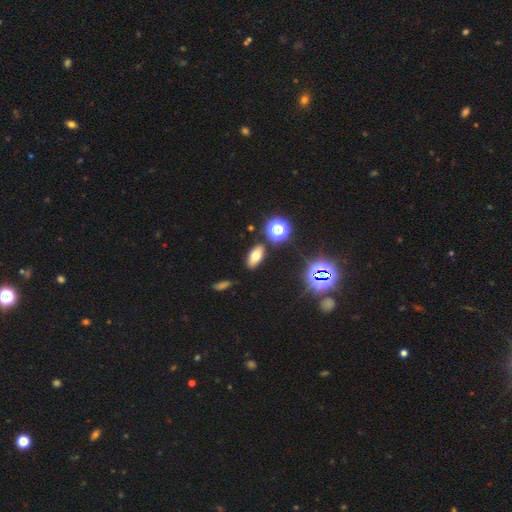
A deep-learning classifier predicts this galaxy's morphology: smooth-or-featured: smooth: 65% | star or artifact: 20% | featured or disk: 16%
  how-rounded: in between: 84% | round: 9% | cigar-shaped: 7%
  merging: none: 86% | minor disturbance: 8% | merger: 3% | major disturbance: 3%